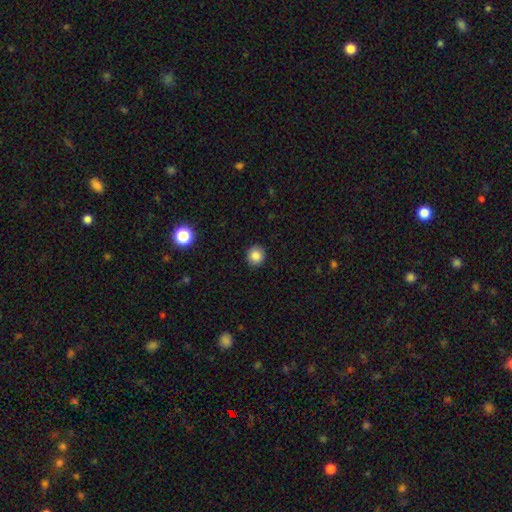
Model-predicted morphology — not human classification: The model was most divided on "smooth or featured": smooth: 85%, star or artifact: 10%, featured or disk: 4%. More confident: merging — none (91%); how rounded — round (91%).